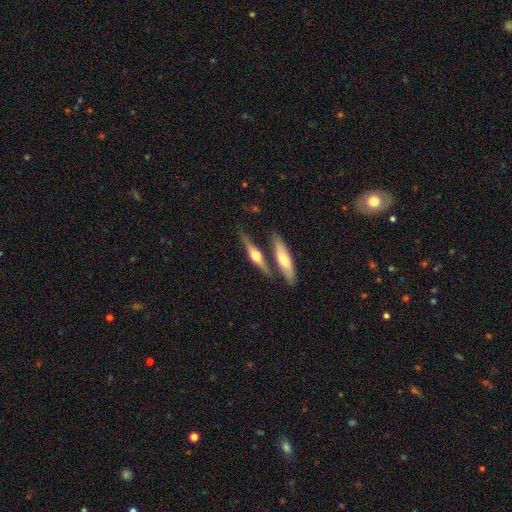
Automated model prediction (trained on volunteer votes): The model was most divided on "smooth or featured": featured or disk: 64%, smooth: 30%, star or artifact: 6%. More confident: edge-on disk — yes (95%); edge-on bulge — rounded (94%); merging — none (67%).